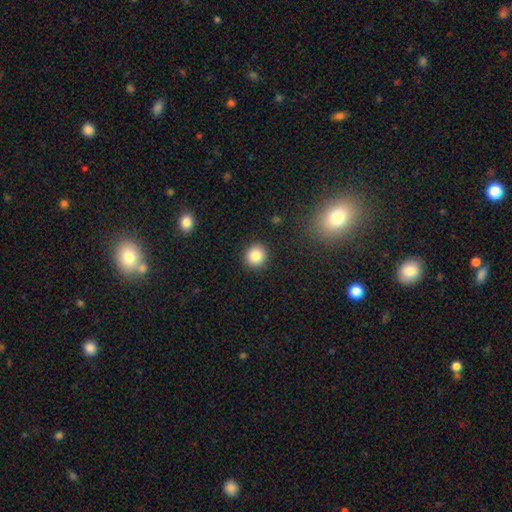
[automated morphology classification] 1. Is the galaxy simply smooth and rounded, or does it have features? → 85% smooth, 10% star or artifact, 5% featured or disk.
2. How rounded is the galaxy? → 92% round, 7% in between, 1% cigar-shaped.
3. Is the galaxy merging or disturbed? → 92% none, 5% minor disturbance, 2% major disturbance, 1% merger.